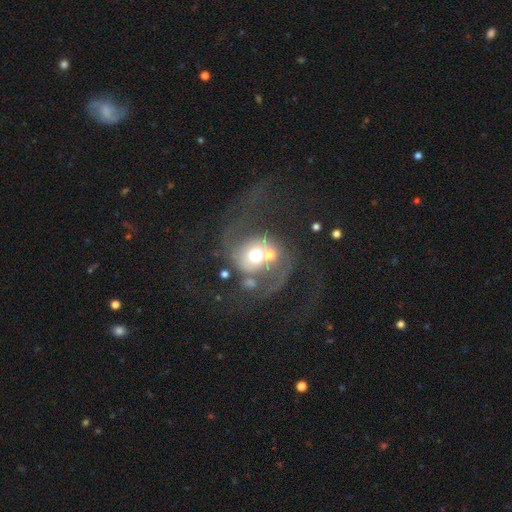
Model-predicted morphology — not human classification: type=featured or disk (64%); edge-on=no (97%); bar=no (73%); spiral arms=yes (78%); bulge=moderate (63%); merging=none (32%).